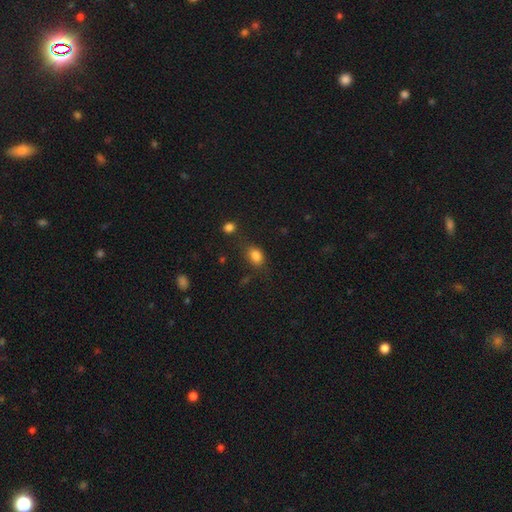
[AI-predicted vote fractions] This is clearly a smooth galaxy (83%). How rounded: likely in between (76%). Merging: likely none (63%).